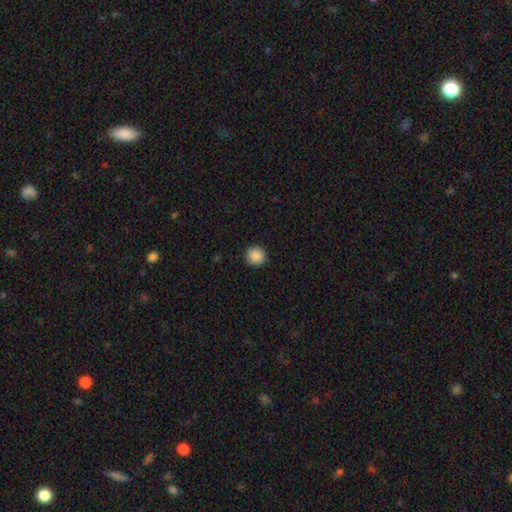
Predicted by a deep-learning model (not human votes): The model was most divided on "smooth or featured": smooth: 89%, star or artifact: 9%, featured or disk: 2%. More confident: how rounded — round (95%); merging — none (93%).